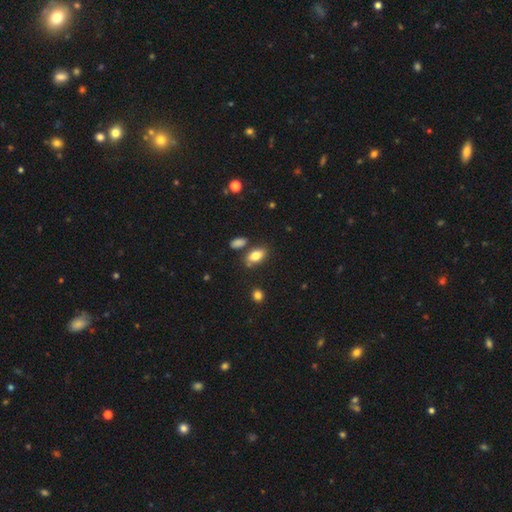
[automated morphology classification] Smooth or featured: smooth — 81% (featured or disk — 11%)
How rounded: in between — 88% (round — 7%)
Merging: none — 74% (minor disturbance — 14%)